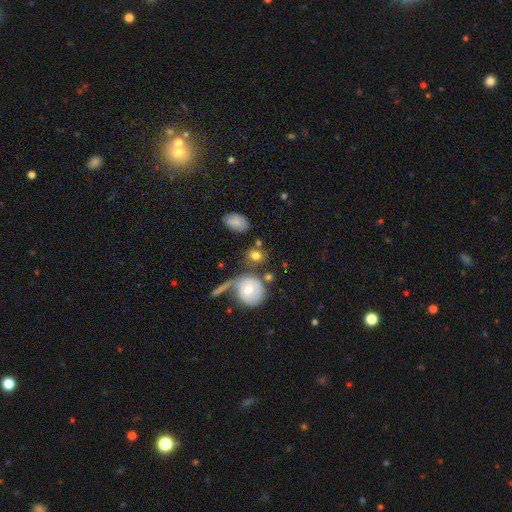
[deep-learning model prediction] Morphology: type=smooth (73%); roundness=round (62%); merging=none (54%).